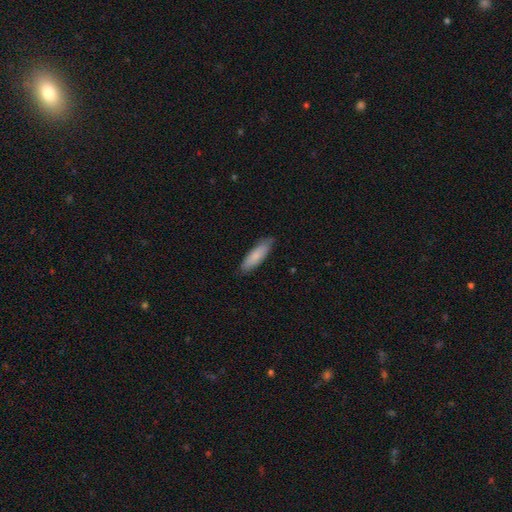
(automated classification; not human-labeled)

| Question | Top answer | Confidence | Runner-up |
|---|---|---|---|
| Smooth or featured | smooth | 82% | featured or disk (13%) |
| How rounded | cigar-shaped | 57% | in between (42%) |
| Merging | none | 84% | minor disturbance (13%) |